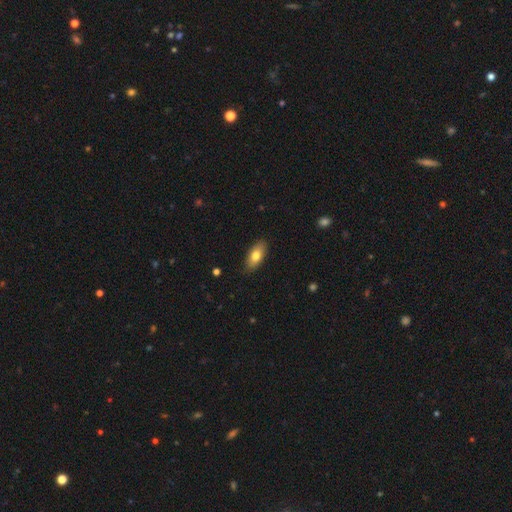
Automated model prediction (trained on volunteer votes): This is likely a smooth galaxy (76%). How rounded: clearly in between (88%). Merging: clearly none (85%).